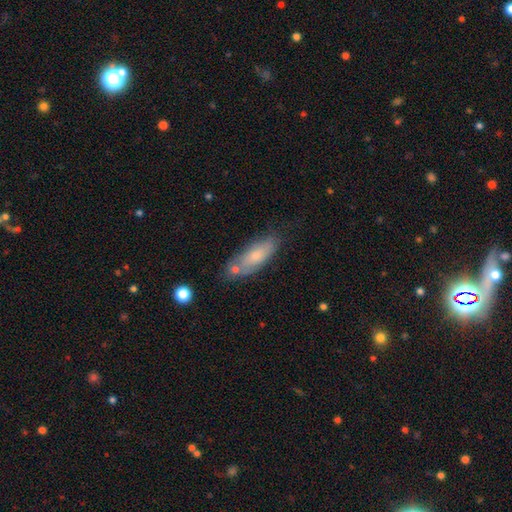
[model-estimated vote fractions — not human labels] Smooth or featured? Predicted: smooth (p=0.65). How rounded? Predicted: in between (p=0.63). Merging? Predicted: none (p=0.61).